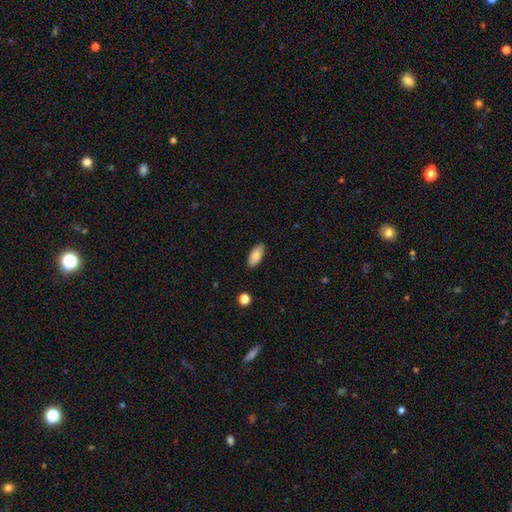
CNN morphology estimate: Smooth or featured: smooth — 80% (featured or disk — 13%)
How rounded: in between — 89% (cigar-shaped — 9%)
Merging: none — 88% (minor disturbance — 9%)